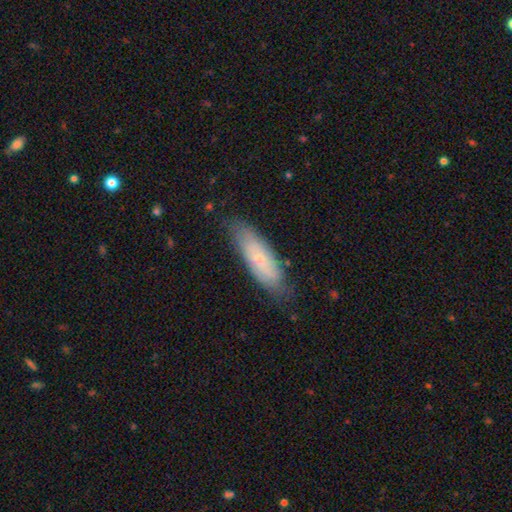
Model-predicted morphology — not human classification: smooth-or-featured: smooth: 53% | featured or disk: 38% | star or artifact: 9%
  how-rounded: cigar-shaped: 55% | in between: 43% | round: 2%
  merging: none: 78% | minor disturbance: 18% | major disturbance: 3% | merger: 1%